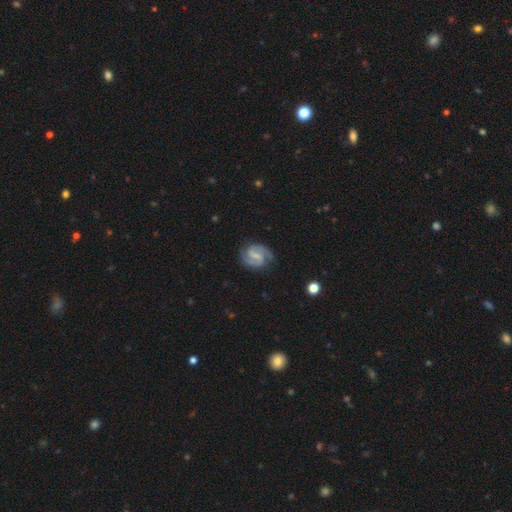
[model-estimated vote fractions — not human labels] The model was most divided on "bulge size": small: 40%, none: 37%, moderate: 20%, large: 3%, dominant: 1%. Remaining: edge-on disk — no (98%); spiral arms — yes (95%); spiral arm count — 2 (88%); smooth or featured — featured or disk (81%); merging — none (76%); spiral winding — medium (50%); bar — weak (48%).